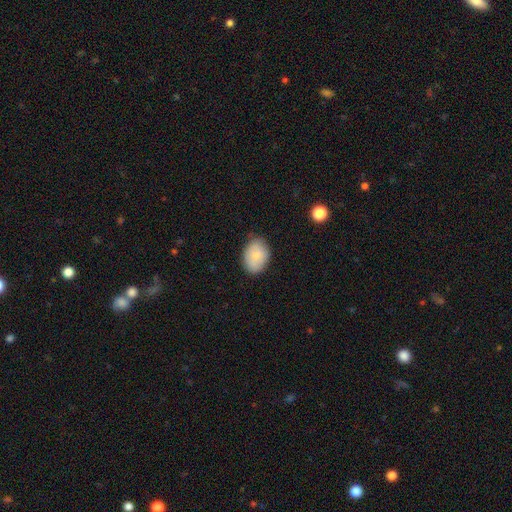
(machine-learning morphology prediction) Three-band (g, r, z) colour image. It shows a smooth galaxy with no disk features (81%) that is in between round and cigar-shaped (80%). Merging: none (78%).